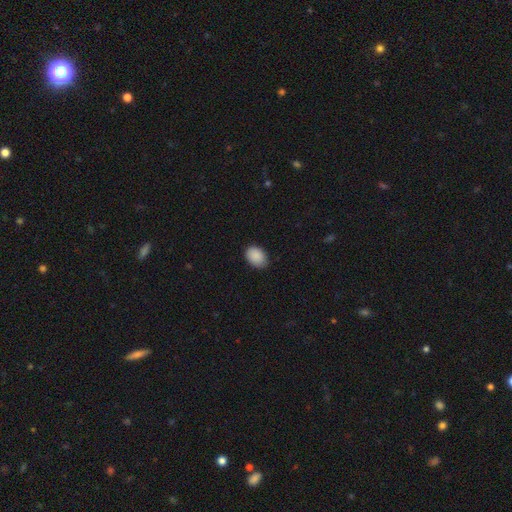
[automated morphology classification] The model was most divided on "how rounded": in between: 79%, round: 20%, cigar-shaped: 1%. More confident: smooth or featured — smooth (90%); merging — none (82%).